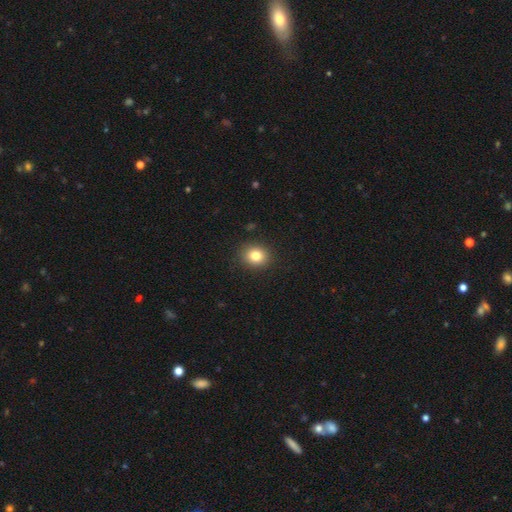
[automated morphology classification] A smooth galaxy with no disk features (82%) that is round (70%). Merging: none (90%).